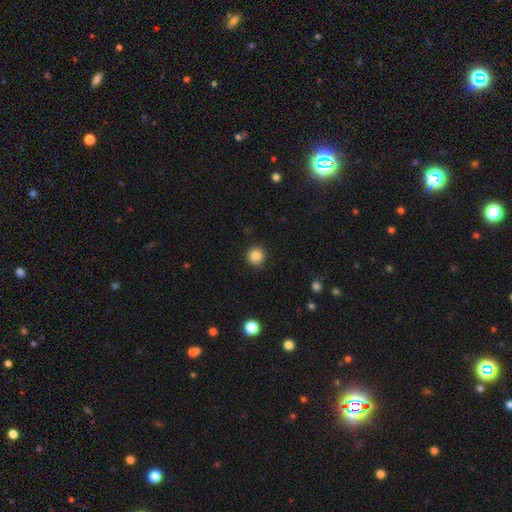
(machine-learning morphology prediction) smooth_or_featured: smooth (p=0.86) [alt: star or artifact p=0.10]
how_rounded: round (p=0.94) [alt: in between p=0.05]
merging: none (p=0.90) [alt: minor disturbance p=0.07]